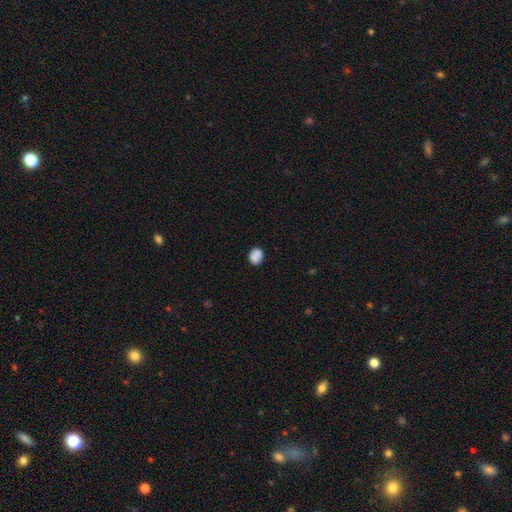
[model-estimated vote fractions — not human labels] Smooth or featured?
  - smooth: 78% *
  - featured or disk: 13%
  - star or artifact: 9%
How rounded?
  - round: 58% *
  - in between: 41%
  - cigar-shaped: 1%
Merging?
  - none: 56% *
  - merger: 21%
  - minor disturbance: 18%
  - major disturbance: 6%